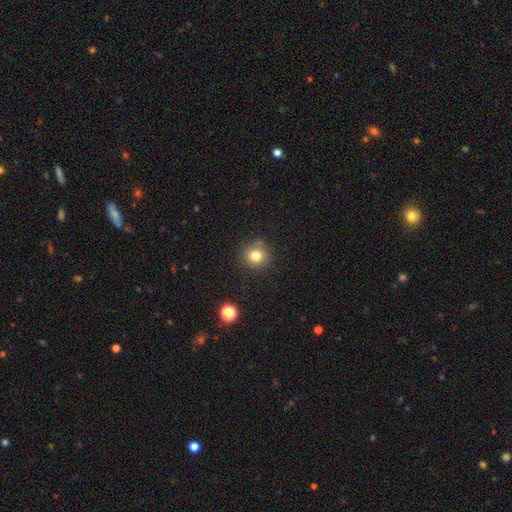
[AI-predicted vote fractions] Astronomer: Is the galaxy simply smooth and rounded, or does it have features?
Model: smooth — 79%.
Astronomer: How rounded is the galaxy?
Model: round — 93%.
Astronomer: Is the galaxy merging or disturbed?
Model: none — 85%.